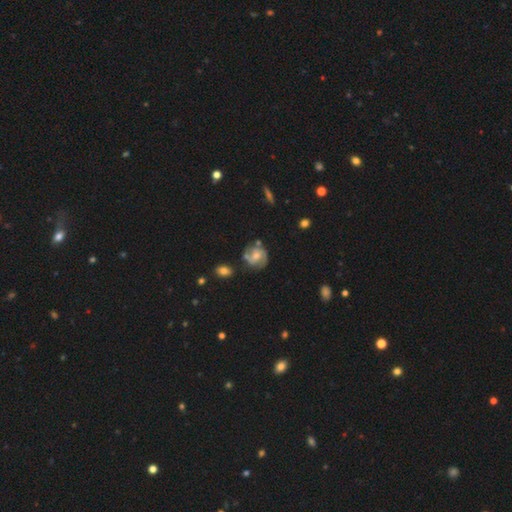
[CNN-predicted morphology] Overall: featured or disk (65%; smooth 28%). Edge-on disk: no (97%). Bar: no (55%; weak 36%). Spiral arms: yes (85%). Spiral arm count: 2 (66%). Spiral winding: medium (45%; tight 36%). Bulge size: moderate (55%; small 37%). Merging: none (62%).